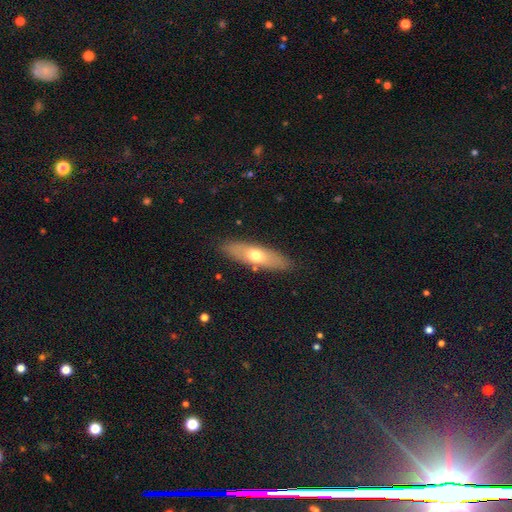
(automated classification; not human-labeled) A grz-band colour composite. It shows a smooth galaxy with no disk features (59%) that is in between round and cigar-shaped (53%). Merging: none (85%).